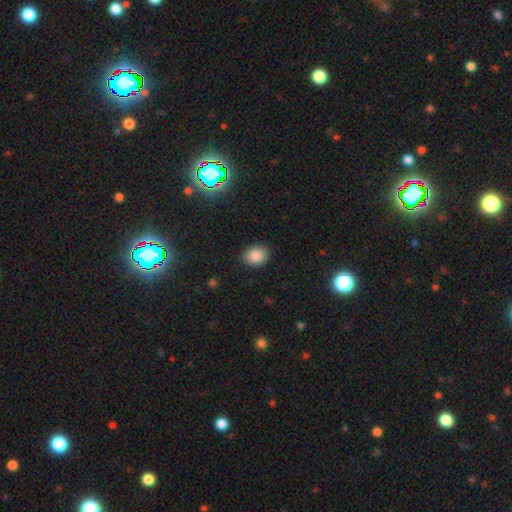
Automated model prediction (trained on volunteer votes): smooth 87%, star or artifact 9%, featured or disk 4%. Down the decision tree: how rounded — in between (54%); merging — none (88%).